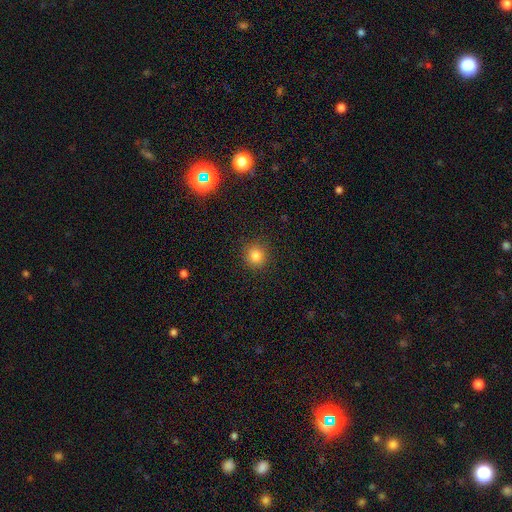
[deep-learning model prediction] Smooth or featured: smooth — 83% (star or artifact — 12%)
How rounded: round — 92% (in between — 7%)
Merging: none — 90% (minor disturbance — 6%)